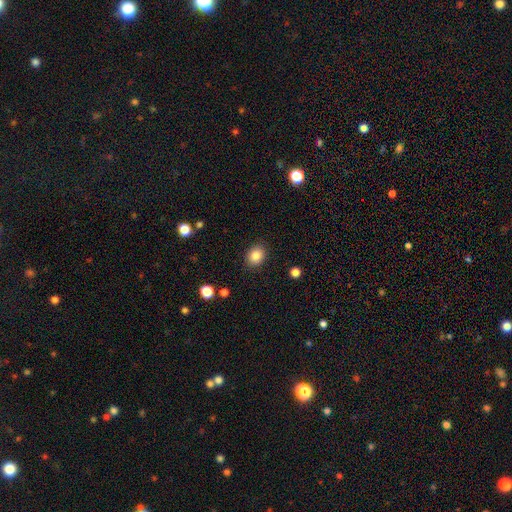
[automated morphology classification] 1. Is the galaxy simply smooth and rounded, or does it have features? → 86% smooth, 9% star or artifact, 4% featured or disk.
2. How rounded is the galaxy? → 50% round, 49% in between, 1% cigar-shaped.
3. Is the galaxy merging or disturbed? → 87% none, 9% minor disturbance, 3% major disturbance, 1% merger.